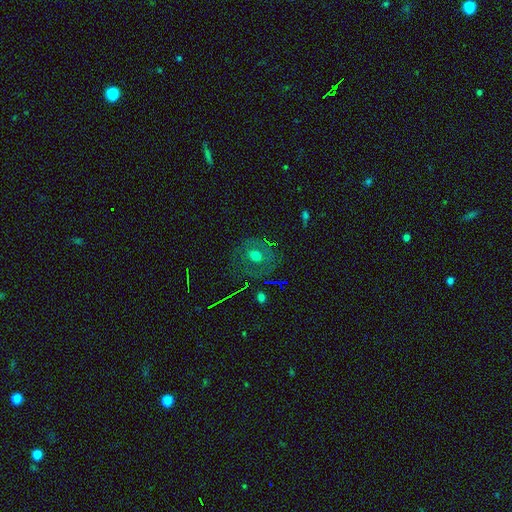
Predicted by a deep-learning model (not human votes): smooth 44%, featured or disk 39%, star or artifact 18%. Down the decision tree: merging — none (74%).